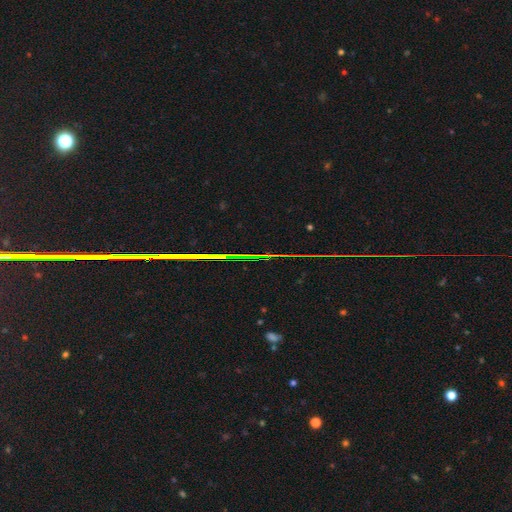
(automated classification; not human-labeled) Q: Smooth or featured?
A: star or artifact (86%); runner-up: smooth (7%)